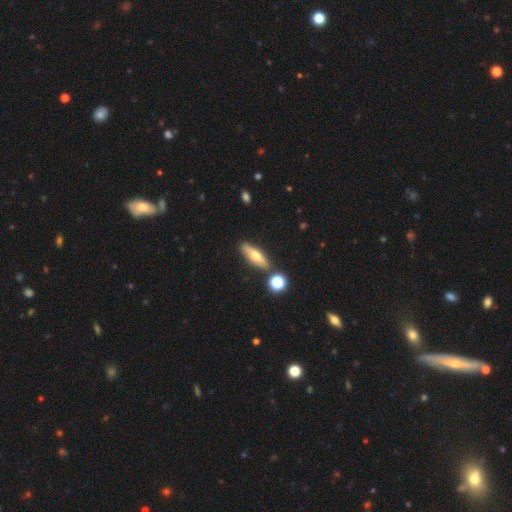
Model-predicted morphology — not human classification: This appears to be a smooth galaxy with no disk features (52%) that is cigar-shaped (59%). Merging: none (80%).